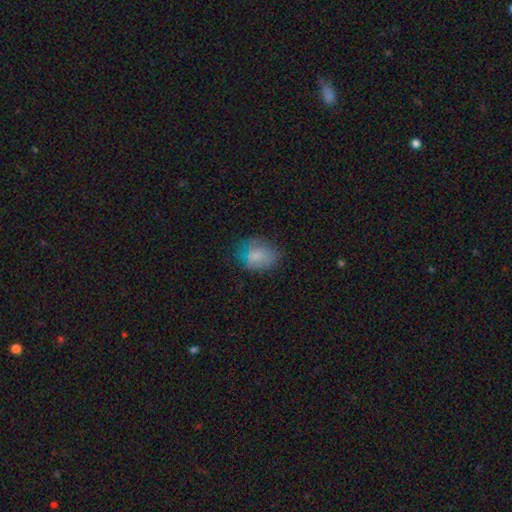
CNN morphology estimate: A smooth galaxy with no disk features (74%) that is in between round and cigar-shaped (66%).

Vote fractions:
- Smooth or featured? smooth: 74% / featured or disk: 16% / star or artifact: 10%
- How rounded? in between: 66% / round: 33% / cigar-shaped: 1%
- Merging? none: 58% / minor disturbance: 27% / major disturbance: 13% / merger: 2%